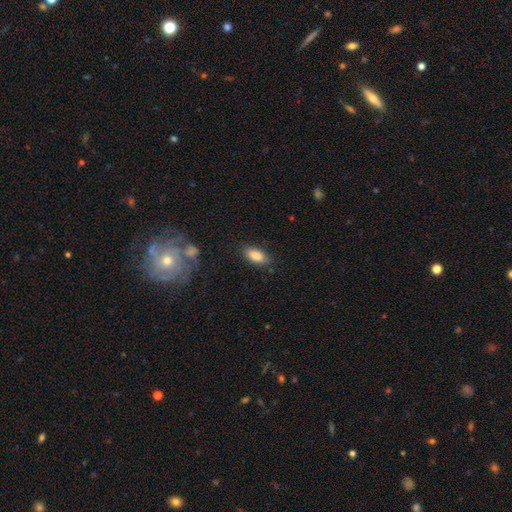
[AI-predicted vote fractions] The model was most divided on "merging": none: 84%, minor disturbance: 12%, major disturbance: 3%, merger: 2%. More confident: how rounded — in between (89%); smooth or featured — smooth (86%).